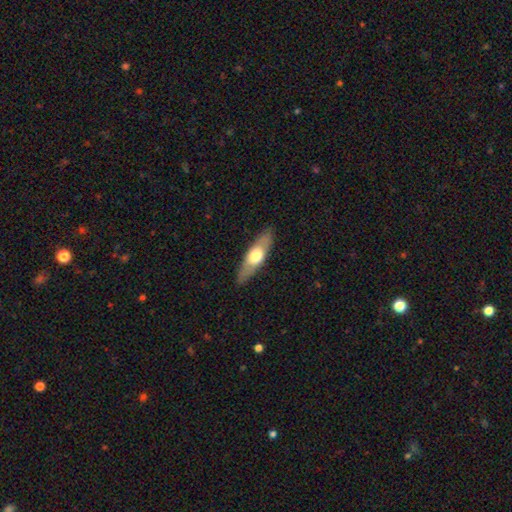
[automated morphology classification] A smooth galaxy with no disk features (48%). Merging: none (86%).